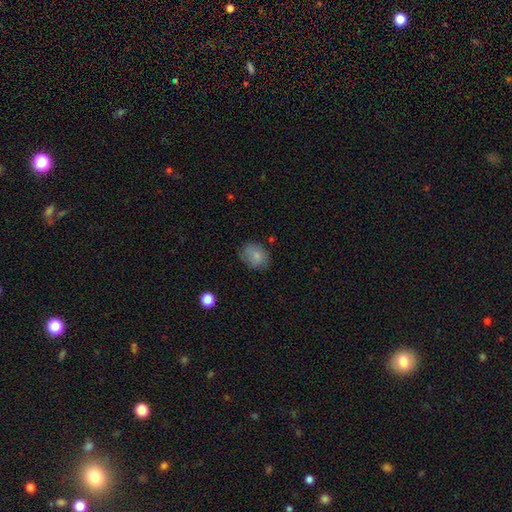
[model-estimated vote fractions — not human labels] This is clearly a smooth galaxy (82%). How rounded: possibly round (50%). Merging: likely none (70%).